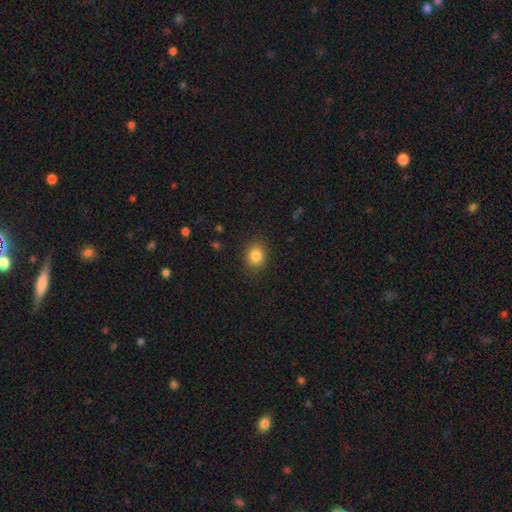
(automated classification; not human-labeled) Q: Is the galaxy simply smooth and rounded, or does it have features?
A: smooth — 85%.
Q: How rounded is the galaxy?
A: round — 61%.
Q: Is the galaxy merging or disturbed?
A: none — 87%.